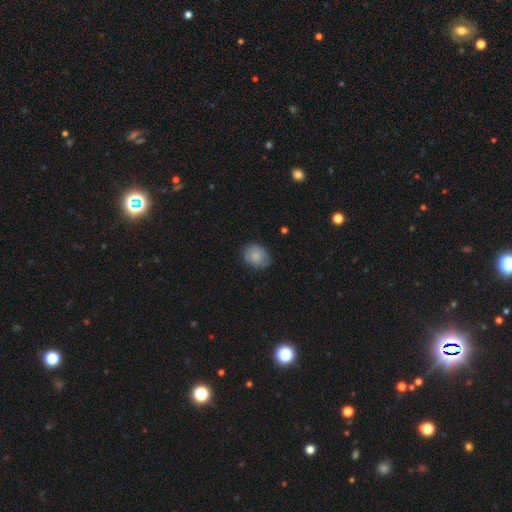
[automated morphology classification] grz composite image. It shows a smooth galaxy with no disk features (85%) that is in between round and cigar-shaped (50%). Merging: none (80%).